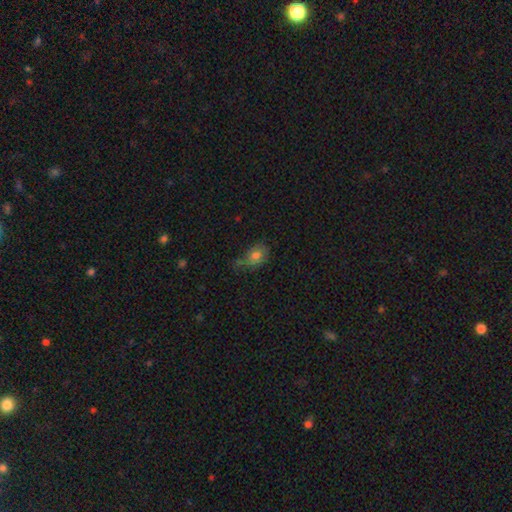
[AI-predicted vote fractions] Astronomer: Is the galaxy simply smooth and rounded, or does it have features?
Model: smooth — 74%.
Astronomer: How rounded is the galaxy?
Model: in between — 69%.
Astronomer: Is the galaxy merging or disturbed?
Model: none — 39% (runner-up: minor disturbance, 35%).